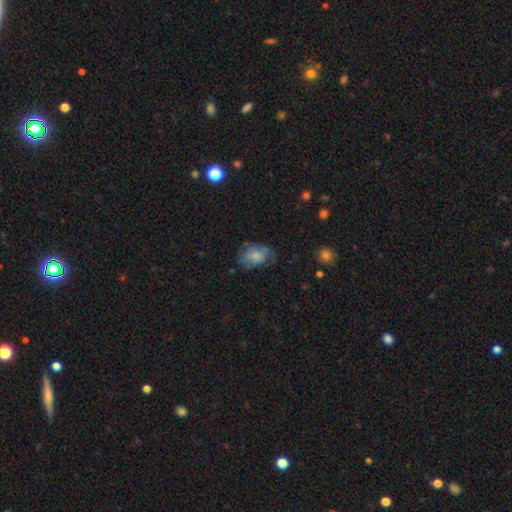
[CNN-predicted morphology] Smooth or featured: smooth — 67% (featured or disk — 25%)
How rounded: in between — 75% (round — 24%)
Merging: none — 51% (minor disturbance — 30%)